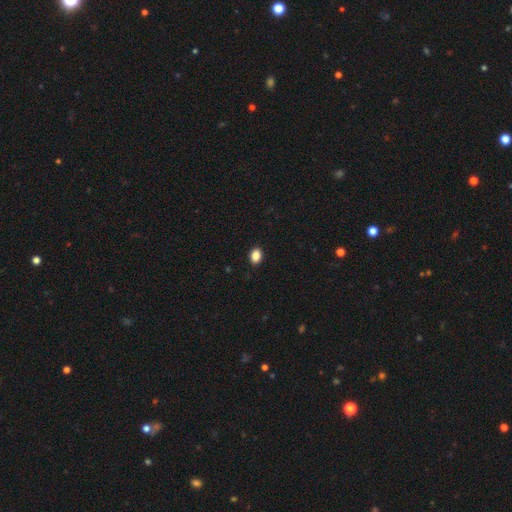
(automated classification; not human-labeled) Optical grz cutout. It shows a smooth galaxy with no disk features (88%) that is in between round and cigar-shaped (66%). Merging: none (91%).